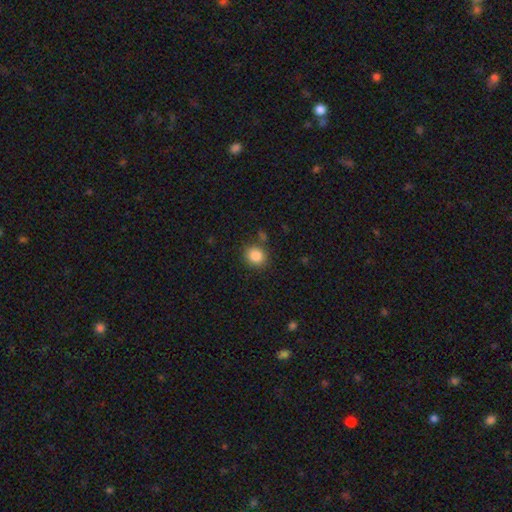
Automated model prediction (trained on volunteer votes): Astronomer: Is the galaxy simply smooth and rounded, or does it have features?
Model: smooth — 85%.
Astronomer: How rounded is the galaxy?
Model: round — 80%.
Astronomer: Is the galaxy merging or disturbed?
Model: none — 83%.